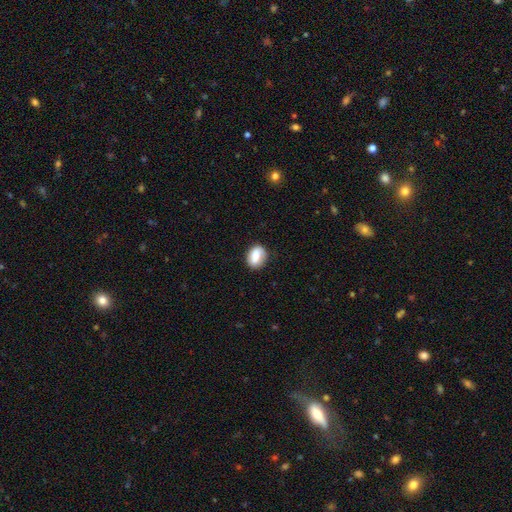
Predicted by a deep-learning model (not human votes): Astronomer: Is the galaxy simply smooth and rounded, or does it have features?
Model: smooth — 78%.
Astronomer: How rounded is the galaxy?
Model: in between — 66%.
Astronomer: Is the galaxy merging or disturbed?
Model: none — 79%.